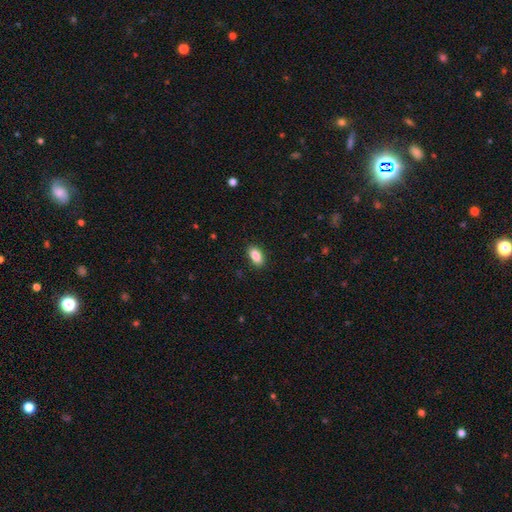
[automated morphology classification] The model was most divided on "smooth or featured": smooth: 88%, star or artifact: 7%, featured or disk: 5%. More confident: how rounded — in between (92%); merging — none (89%).